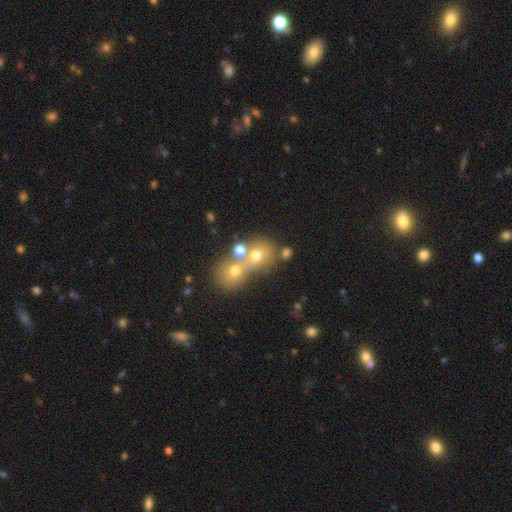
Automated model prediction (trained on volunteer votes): This is possibly a smooth galaxy (56%). How rounded: likely round (70%). Merging: possibly merger (57%).